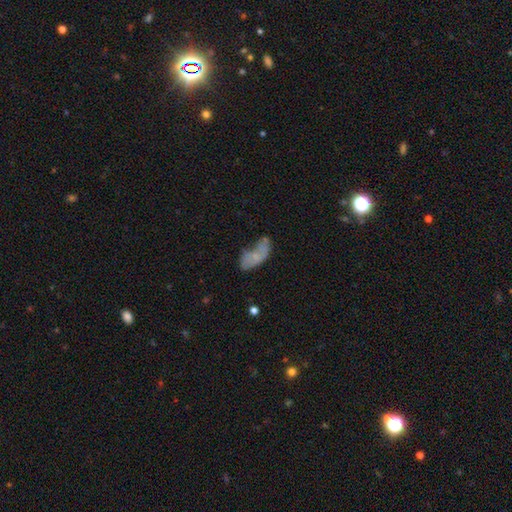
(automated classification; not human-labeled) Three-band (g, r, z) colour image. It shows a smooth galaxy with no disk features (53%) that is in between round and cigar-shaped (88%). Merging: none (33%).